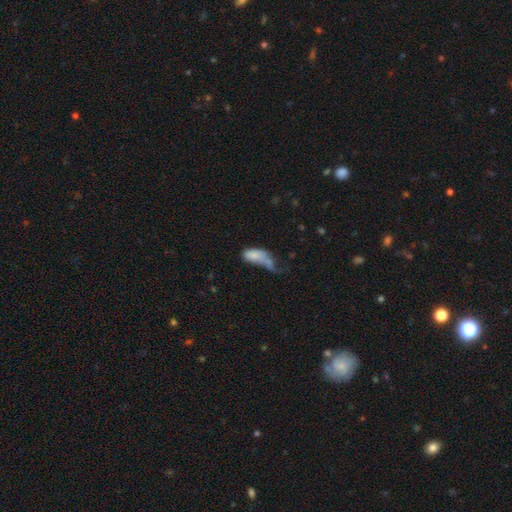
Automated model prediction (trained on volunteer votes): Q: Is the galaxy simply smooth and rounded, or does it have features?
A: smooth — 75%.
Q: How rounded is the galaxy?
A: in between — 89%.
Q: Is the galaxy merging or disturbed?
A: merger — 35%.